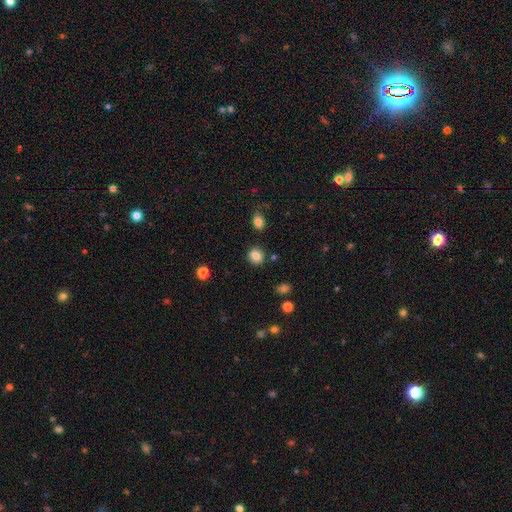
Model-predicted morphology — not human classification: A smooth galaxy with no disk features (84%) that is round (79%).

Vote fractions:
- Smooth or featured? smooth: 84% / star or artifact: 10% / featured or disk: 5%
- How rounded? round: 79% / in between: 20% / cigar-shaped: 1%
- Merging? none: 86% / minor disturbance: 8% / merger: 3% / major disturbance: 3%